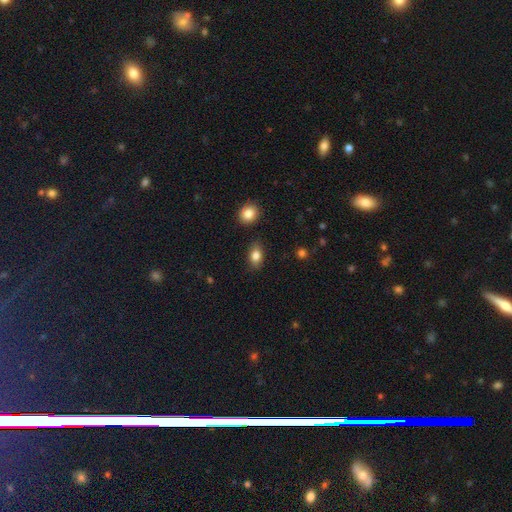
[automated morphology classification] Smooth or featured? Predicted: smooth (p=0.83). How rounded? Predicted: in between (p=0.84). Merging? Predicted: none (p=0.85).